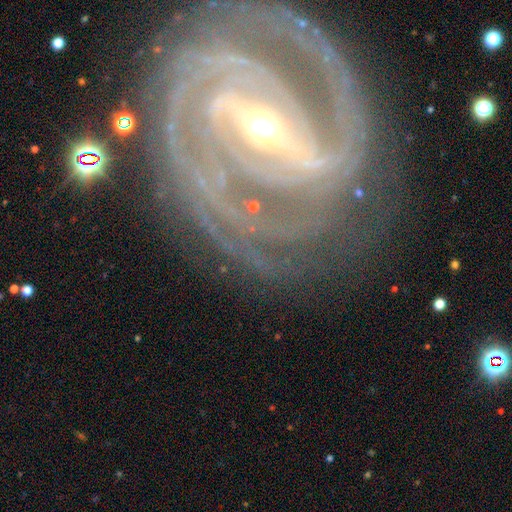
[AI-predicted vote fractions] Smooth or featured?
  - featured or disk: 93% *
  - star or artifact: 5%
  - smooth: 3%
Edge-on disk?
  - no: 96% *
  - yes: 4%
Bar?
  - strong: 73% *
  - weak: 20%
  - no: 7%
Spiral arms?
  - yes: 98% *
  - no: 2%
Spiral winding?
  - tight: 73% *
  - medium: 23%
  - loose: 4%
Spiral arm count?
  - 2: 30% *
  - 3: 25%
  - 4: 16%
  - can't tell: 14%
  - more than 4: 9%
  - 1: 7%
Bulge size?
  - small: 52% *
  - moderate: 44%
  - large: 2%
  - none: 1%
  - dominant: 1%
Merging?
  - none: 77% *
  - minor disturbance: 15%
  - major disturbance: 6%
  - merger: 2%